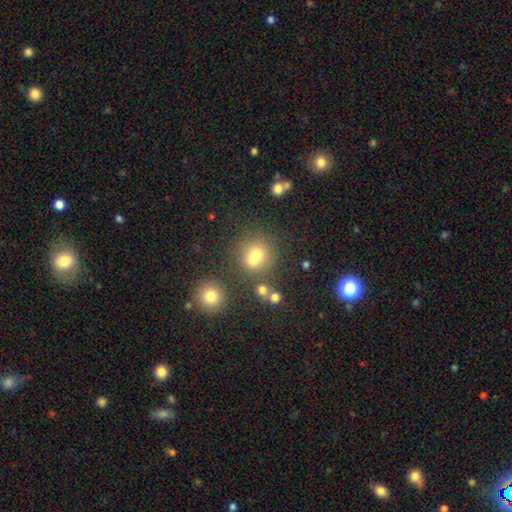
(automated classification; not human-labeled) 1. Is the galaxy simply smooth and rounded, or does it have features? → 65% smooth, 19% star or artifact, 16% featured or disk.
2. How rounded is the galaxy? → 82% round, 17% in between, 1% cigar-shaped.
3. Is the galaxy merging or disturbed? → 47% none, 39% merger, 9% minor disturbance, 5% major disturbance.